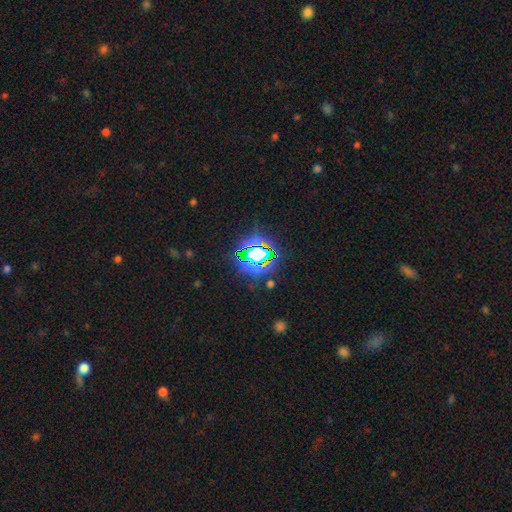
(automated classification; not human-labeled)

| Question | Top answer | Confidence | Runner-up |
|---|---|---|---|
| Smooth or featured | star or artifact | 72% | smooth (16%) |